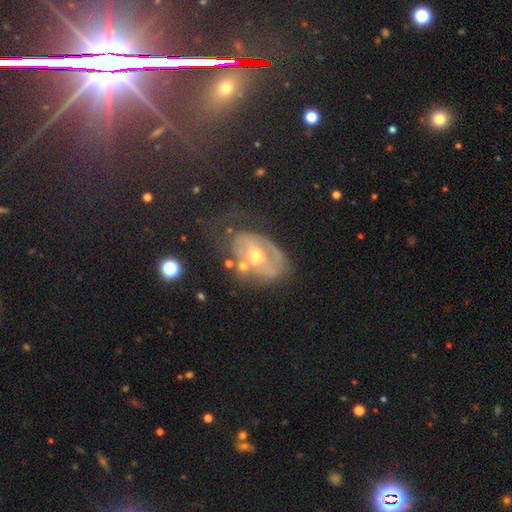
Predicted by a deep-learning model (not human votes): Smooth or featured?
  - featured or disk: 68% *
  - smooth: 23%
  - star or artifact: 9%
Edge-on disk?
  - no: 94% *
  - yes: 6%
Bar?
  - no: 53% *
  - weak: 33%
  - strong: 13%
Spiral arms?
  - no: 51% *
  - yes: 49%
Bulge size?
  - moderate: 59% *
  - small: 35%
  - large: 3%
  - none: 2%
  - dominant: 1%
Merging?
  - none: 44% *
  - minor disturbance: 25%
  - major disturbance: 21%
  - merger: 9%